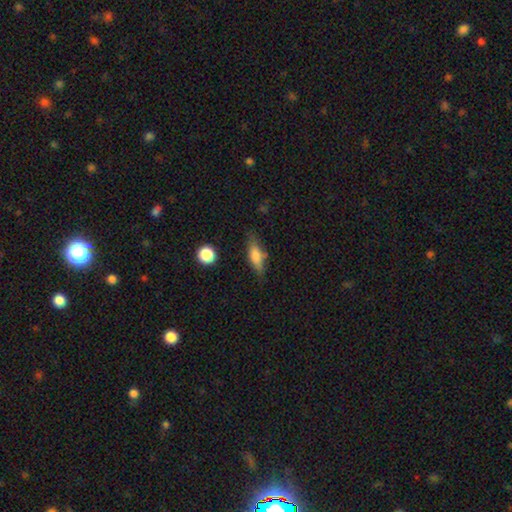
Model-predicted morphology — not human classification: smooth 70%, featured or disk 21%, star or artifact 9%. Down the decision tree: how rounded — in between (58%); merging — none (66%).